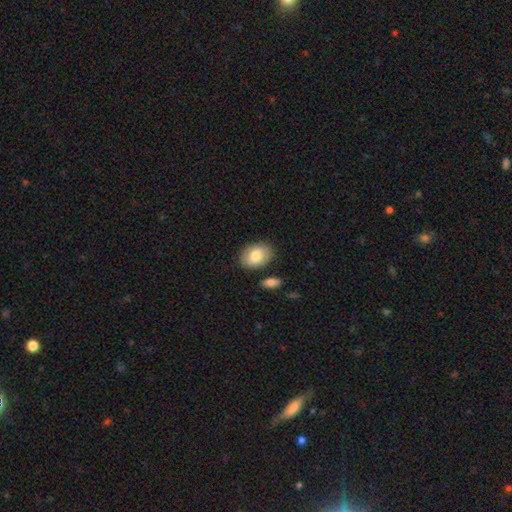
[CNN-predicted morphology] Overall: smooth (79%). How rounded: in between (81%). Merging: none (81%).